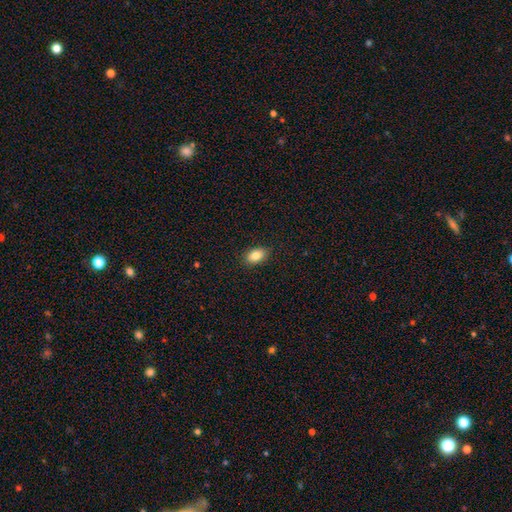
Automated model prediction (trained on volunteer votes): Morphology: type=smooth (83%); roundness=in between (88%); merging=none (89%).